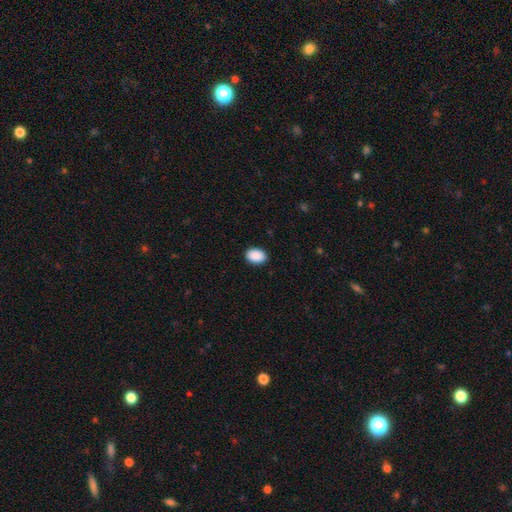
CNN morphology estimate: Smooth or featured? Predicted: smooth (p=0.91). How rounded? Predicted: in between (p=0.84). Merging? Predicted: none (p=0.89).